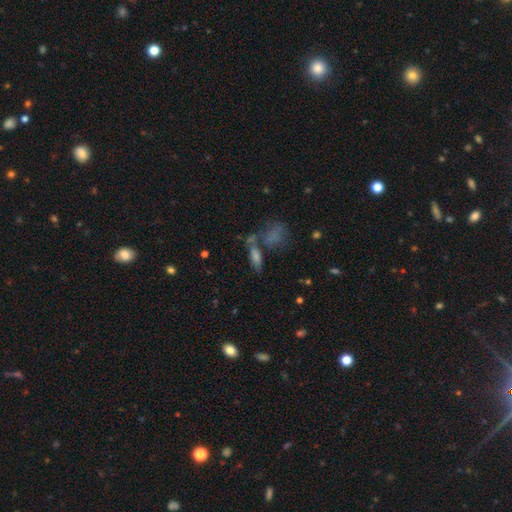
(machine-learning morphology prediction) Smooth or featured? Predicted: smooth (p=0.61). How rounded? Predicted: in between (p=0.57). Merging? Predicted: none (p=0.47).